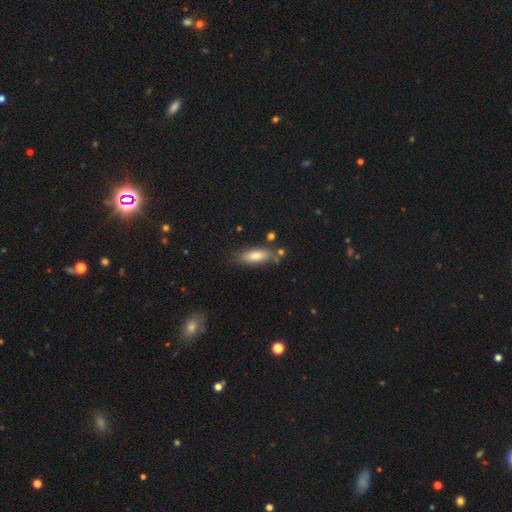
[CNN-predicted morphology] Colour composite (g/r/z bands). It shows a smooth galaxy with no disk features (74%) that is in between round and cigar-shaped (62%). Merging: none (73%).